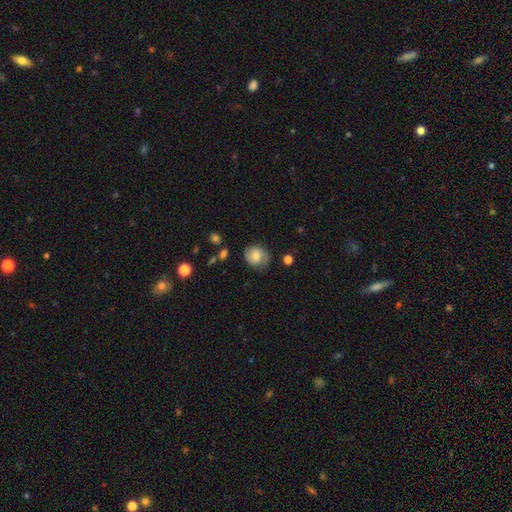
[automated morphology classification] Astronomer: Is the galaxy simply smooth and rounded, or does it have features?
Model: smooth — 60%.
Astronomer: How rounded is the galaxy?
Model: round — 69%.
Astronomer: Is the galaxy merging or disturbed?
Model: none — 70%.